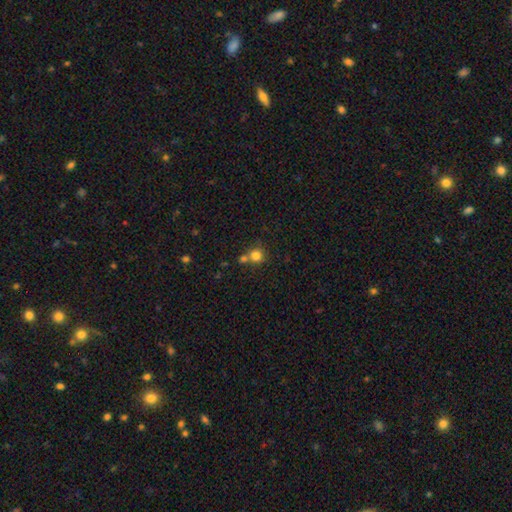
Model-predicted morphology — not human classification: Smooth or featured? Predicted: smooth (p=0.80). How rounded? Predicted: round (p=0.90). Merging? Predicted: none (p=0.55).